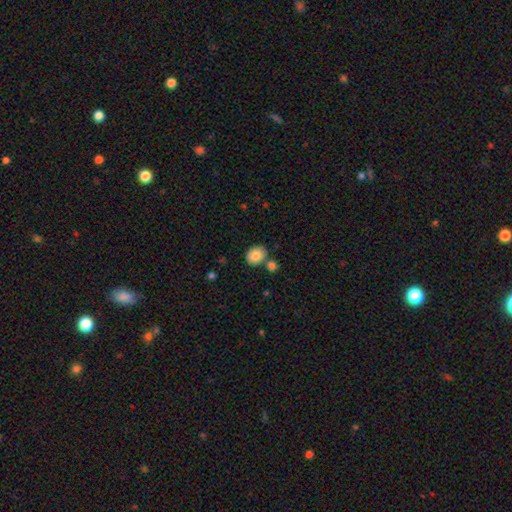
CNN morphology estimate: A smooth galaxy with no disk features (85%) that is in between round and cigar-shaped (52%). Merging: none (67%).